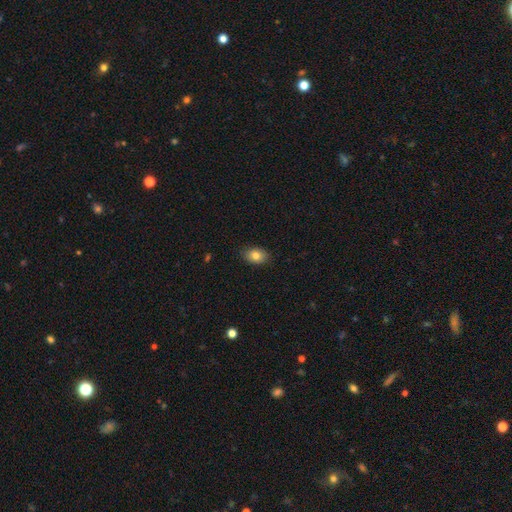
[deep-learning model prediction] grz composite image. It shows a smooth galaxy with no disk features (82%) that is in between round and cigar-shaped (82%). Merging: none (87%).